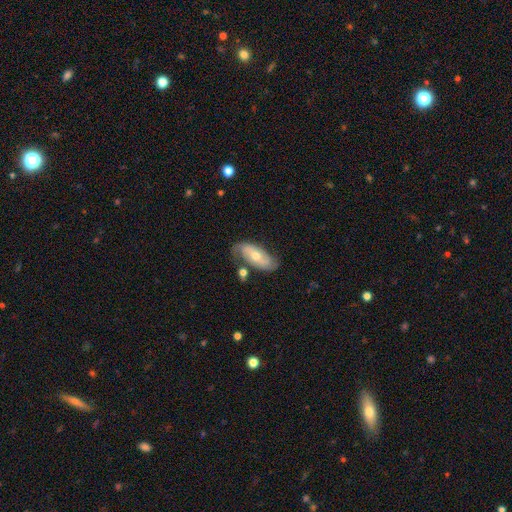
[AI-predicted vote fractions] Q: Smooth or featured?
A: featured or disk (64%); runner-up: smooth (29%)
Q: Edge-on disk?
A: no (89%); runner-up: yes (11%)
Q: Bar?
A: no (63%); runner-up: weak (26%)
Q: Spiral arms?
A: yes (82%); runner-up: no (18%)
Q: Bulge size?
A: moderate (58%); runner-up: small (37%)
Q: Merging?
A: none (63%); runner-up: minor disturbance (21%)